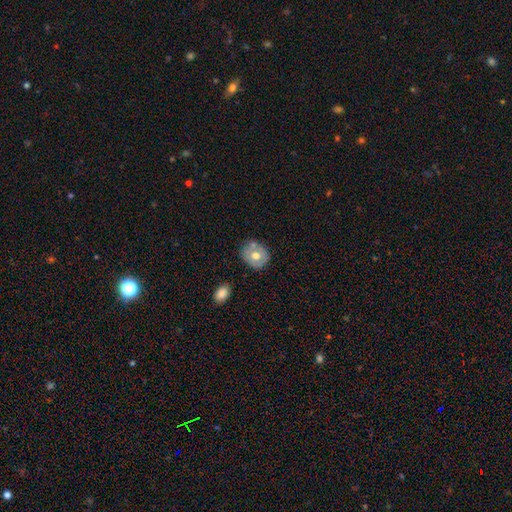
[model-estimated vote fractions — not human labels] smooth-or-featured: smooth: 56% | featured or disk: 36% | star or artifact: 7%
  how-rounded: round: 70% | in between: 29% | cigar-shaped: 1%
  merging: none: 65% | minor disturbance: 17% | merger: 13% | major disturbance: 4%